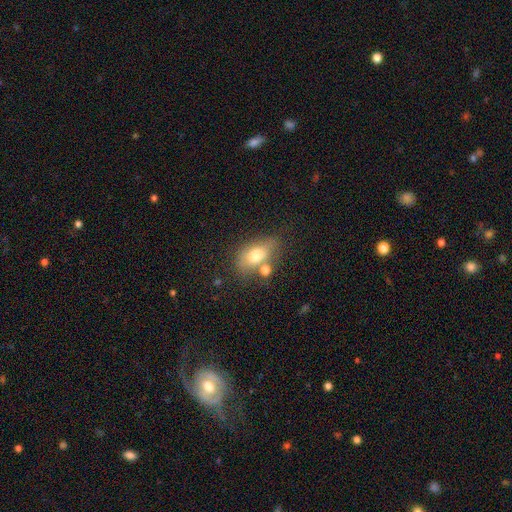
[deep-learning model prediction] Q: Smooth or featured?
A: smooth (70%); runner-up: featured or disk (20%)
Q: How rounded?
A: in between (83%); runner-up: round (12%)
Q: Merging?
A: none (57%); runner-up: minor disturbance (19%)